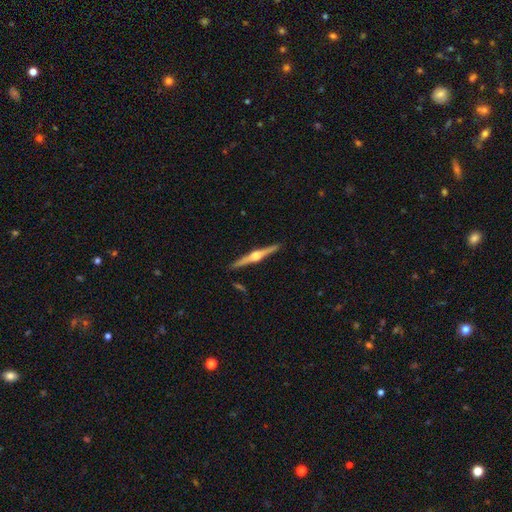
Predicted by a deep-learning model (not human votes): smooth_or_featured: featured or disk (p=0.84) [alt: smooth p=0.11]
disk_edge_on: yes (p=0.99) [alt: no p=0.01]
edge_on_bulge: rounded (p=0.94) [alt: boxy p=0.04]
merging: none (p=0.91) [alt: minor disturbance p=0.06]